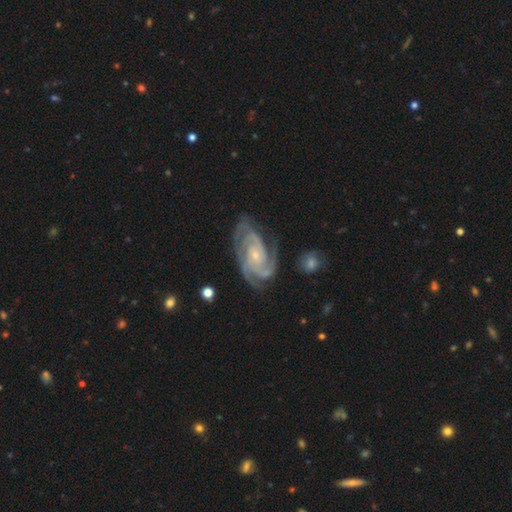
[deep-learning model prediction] Overall: featured or disk (93%). Edge-on disk: no (97%). Bar: no (65%). Spiral arms: yes (99%). Spiral arm count: 3 (46%; 2 18%). Spiral winding: tight (66%; medium 30%). Bulge size: small (77%). Merging: none (73%).